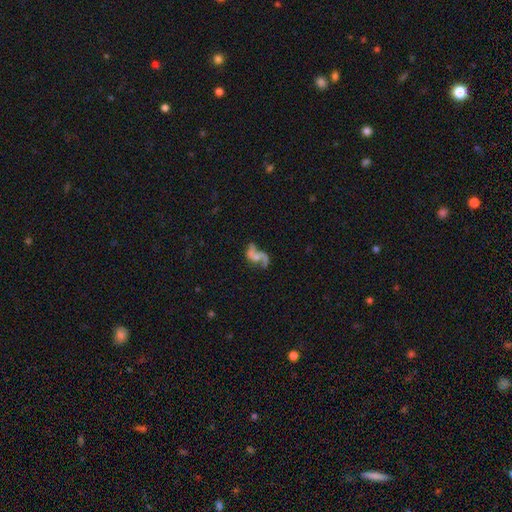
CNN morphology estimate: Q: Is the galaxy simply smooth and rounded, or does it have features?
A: featured or disk — 83%.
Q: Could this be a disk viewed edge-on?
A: no — 98%.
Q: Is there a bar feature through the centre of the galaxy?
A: no — 59%.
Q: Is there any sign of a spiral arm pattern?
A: yes — 93%.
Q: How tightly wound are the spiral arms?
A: loose — 73%.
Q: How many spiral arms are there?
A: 2 — 89%.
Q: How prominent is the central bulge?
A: small — 45%.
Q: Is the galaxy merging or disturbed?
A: none — 54%.